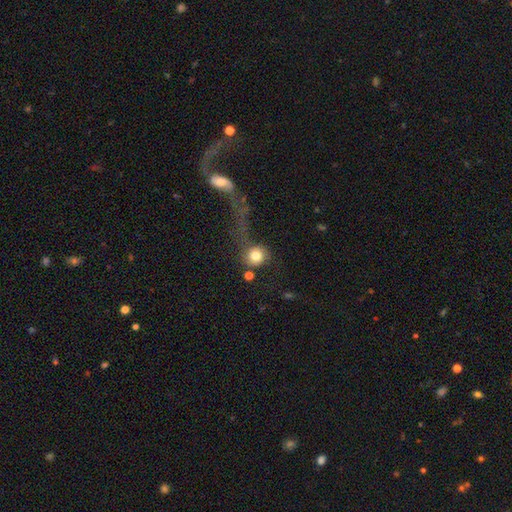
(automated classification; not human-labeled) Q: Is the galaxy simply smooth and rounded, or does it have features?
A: smooth — 74%.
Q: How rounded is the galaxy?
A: round — 88%.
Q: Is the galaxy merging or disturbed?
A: none — 42%.